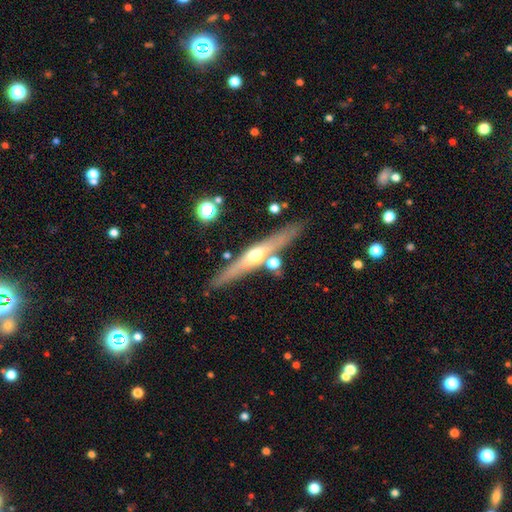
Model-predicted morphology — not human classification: type=featured or disk (68%); edge-on=yes (95%); edge-on bulge=rounded (90%); merging=none (82%).